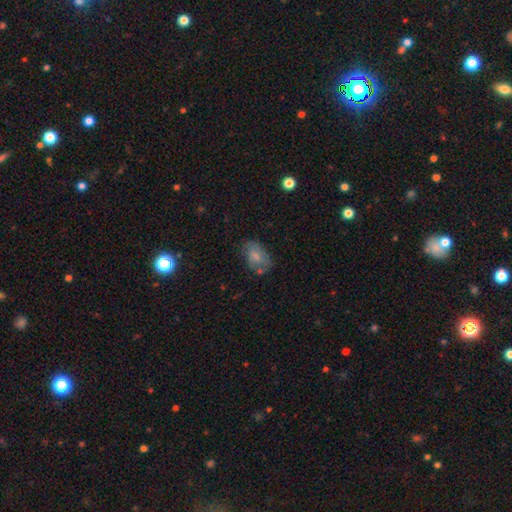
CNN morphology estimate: Smooth or featured? smooth (71%)
How rounded? in between (87%)
Merging? none (56%)